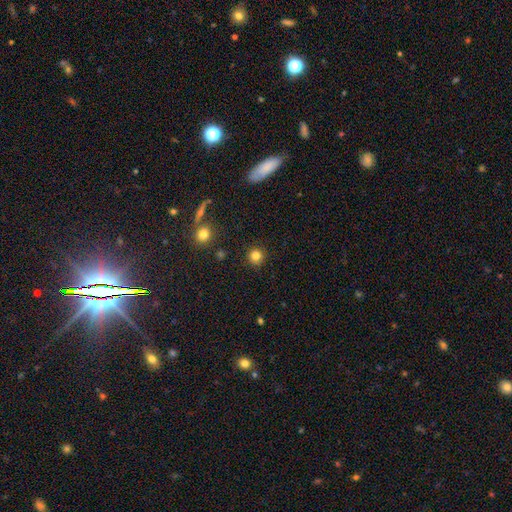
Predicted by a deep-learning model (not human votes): smooth_or_featured: smooth (p=0.82) [alt: star or artifact p=0.13]
how_rounded: round (p=0.94) [alt: in between p=0.05]
merging: none (p=0.91) [alt: minor disturbance p=0.06]